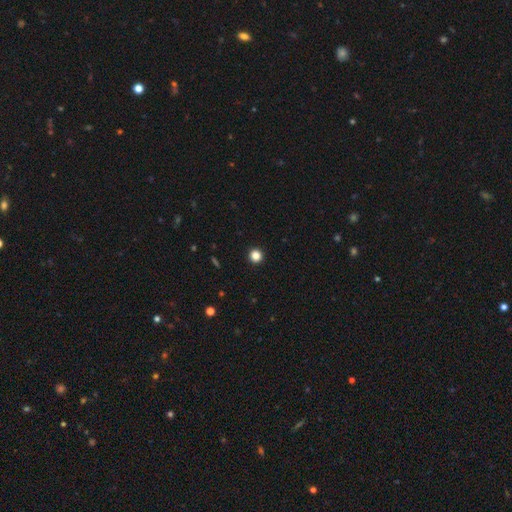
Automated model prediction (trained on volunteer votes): This is clearly a smooth galaxy (84%). How rounded: clearly round (95%). Merging: clearly none (94%).